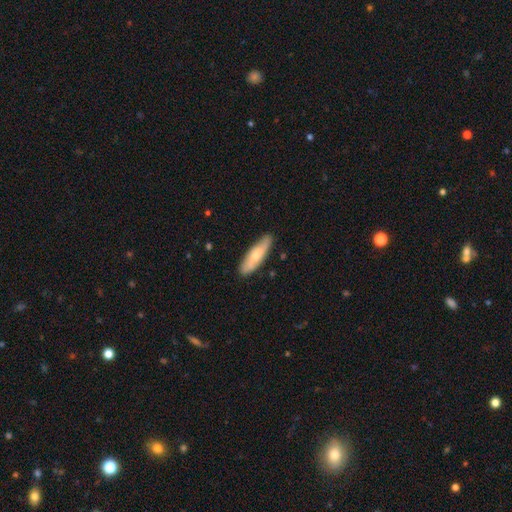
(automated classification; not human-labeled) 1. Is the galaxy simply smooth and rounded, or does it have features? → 61% smooth, 34% featured or disk, 5% star or artifact.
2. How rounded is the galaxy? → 59% cigar-shaped, 39% in between, 2% round.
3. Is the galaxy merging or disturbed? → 83% none, 13% minor disturbance, 2% major disturbance, 1% merger.